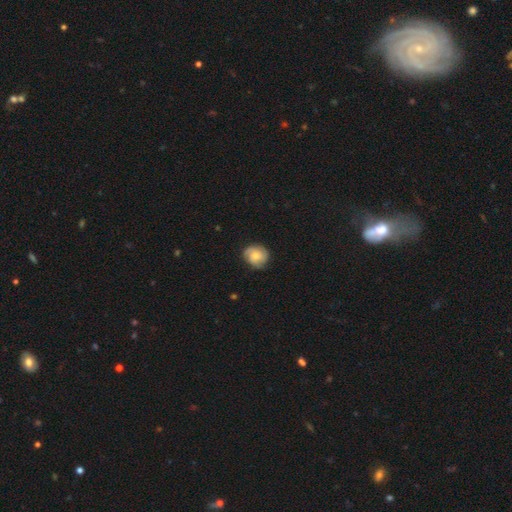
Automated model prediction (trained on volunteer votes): Overall: smooth (51%; featured or disk 41%). How rounded: round (75%). Merging: none (75%).